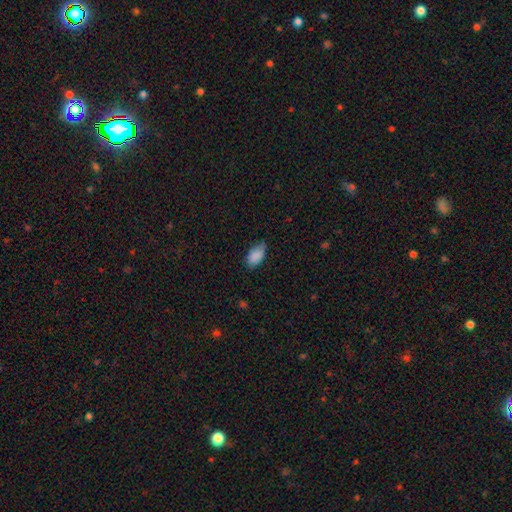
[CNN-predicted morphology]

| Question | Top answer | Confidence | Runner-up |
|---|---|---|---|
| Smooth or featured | smooth | 87% | star or artifact (8%) |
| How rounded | in between | 91% | round (7%) |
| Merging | none | 61% | minor disturbance (32%) |